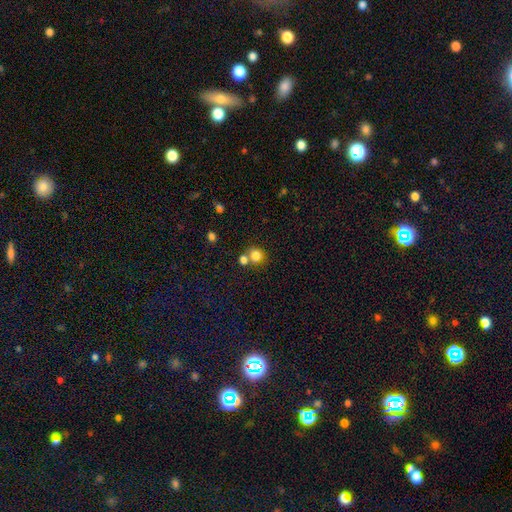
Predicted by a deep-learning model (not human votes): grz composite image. It shows a smooth galaxy with no disk features (80%) that is round (79%). Merging: none (53%).